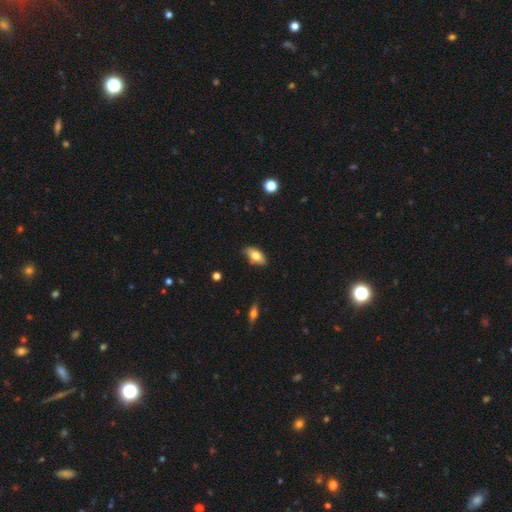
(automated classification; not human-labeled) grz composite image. It shows a smooth galaxy with no disk features (76%) that is in between round and cigar-shaped (89%). Merging: none (76%).